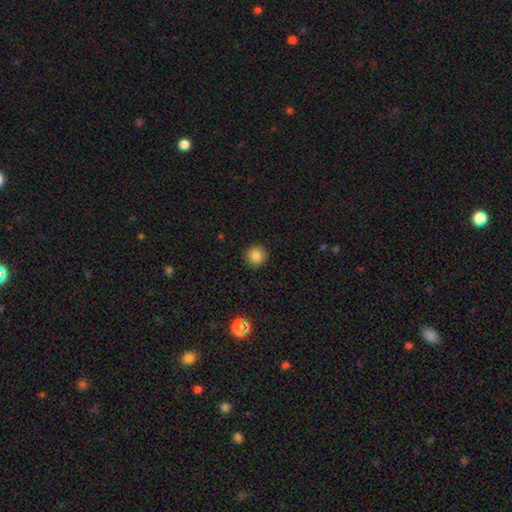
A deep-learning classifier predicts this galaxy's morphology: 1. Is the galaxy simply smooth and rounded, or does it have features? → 84% smooth, 11% star or artifact, 5% featured or disk.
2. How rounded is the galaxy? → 95% round, 4% in between, 1% cigar-shaped.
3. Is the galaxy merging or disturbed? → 92% none, 5% minor disturbance, 2% major disturbance, 1% merger.